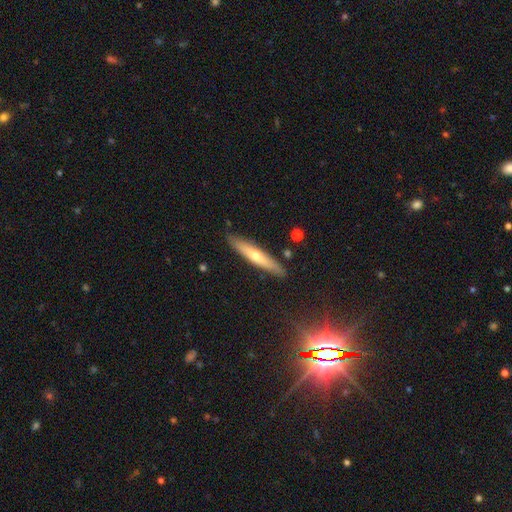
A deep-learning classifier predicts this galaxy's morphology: smooth-or-featured: smooth: 47% | featured or disk: 46% | star or artifact: 7%
  merging: none: 87% | minor disturbance: 9% | major disturbance: 2% | merger: 2%